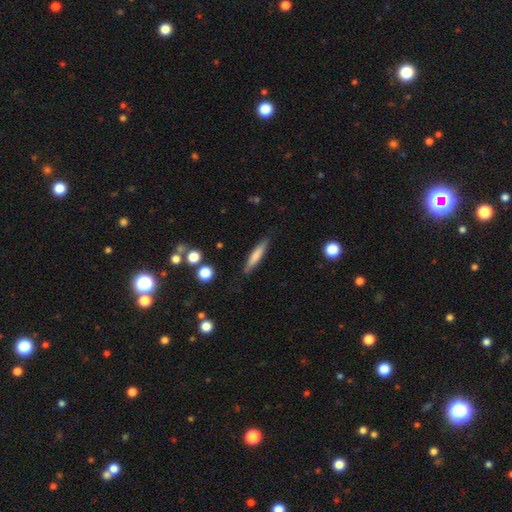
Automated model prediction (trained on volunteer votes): Overall: smooth (72%). How rounded: cigar-shaped (88%). Merging: none (85%).